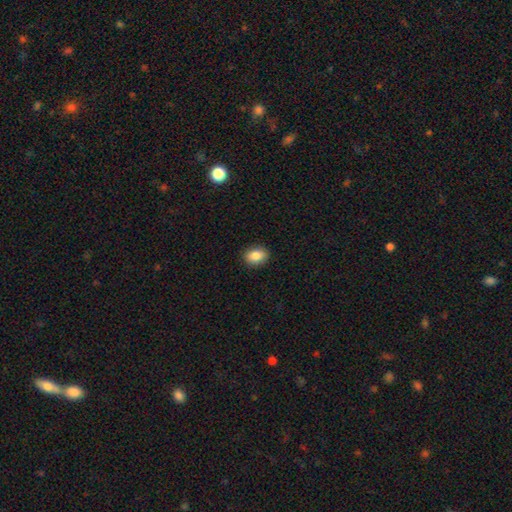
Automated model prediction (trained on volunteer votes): Overall: smooth (86%). How rounded: in between (71%). Merging: none (90%).